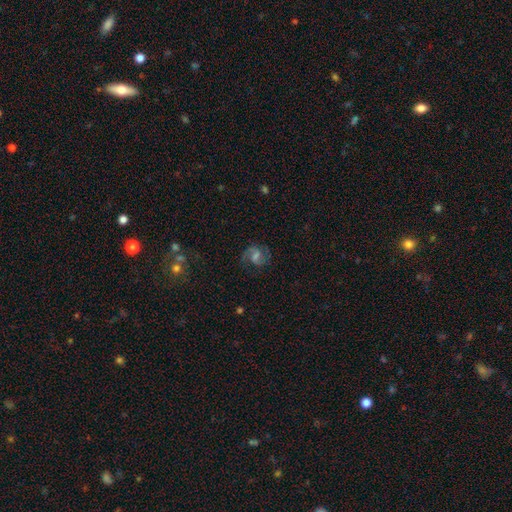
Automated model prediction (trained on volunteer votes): The model was most divided on "bulge size": moderate: 39%, small: 34%, none: 16%, large: 8%, dominant: 2%. More confident: edge-on disk — no (98%); spiral arms — yes (95%); spiral arm count — 2 (87%); merging — none (76%); smooth or featured — featured or disk (76%); spiral winding — medium (56%); bar — weak (55%).